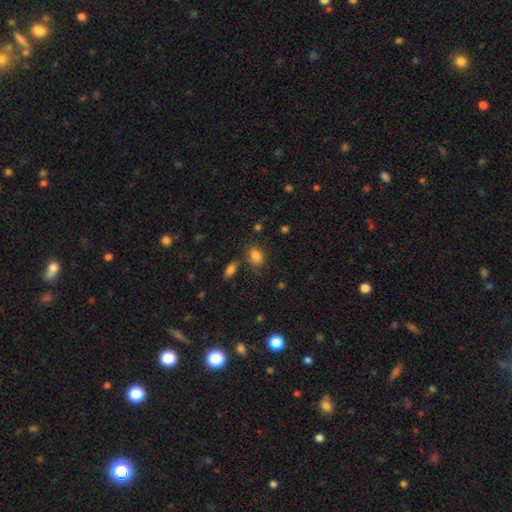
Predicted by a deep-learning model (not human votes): The model was most divided on "how rounded": in between: 66%, round: 32%, cigar-shaped: 1%. More confident: smooth or featured — smooth (82%); merging — none (70%).